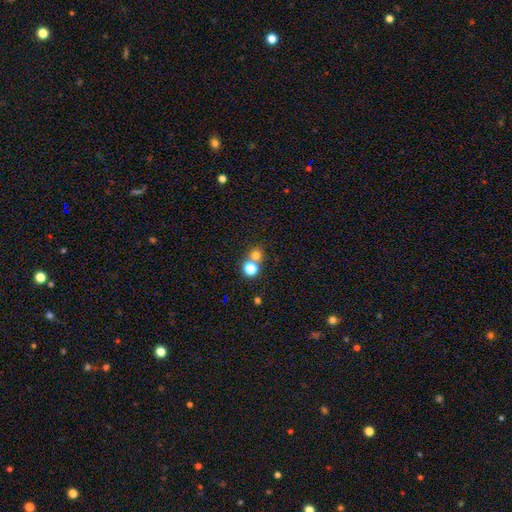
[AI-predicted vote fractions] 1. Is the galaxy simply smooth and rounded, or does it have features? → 72% smooth, 19% star or artifact, 9% featured or disk.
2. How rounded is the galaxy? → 88% round, 11% in between, 1% cigar-shaped.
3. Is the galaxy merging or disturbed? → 55% none, 37% merger, 6% minor disturbance, 3% major disturbance.